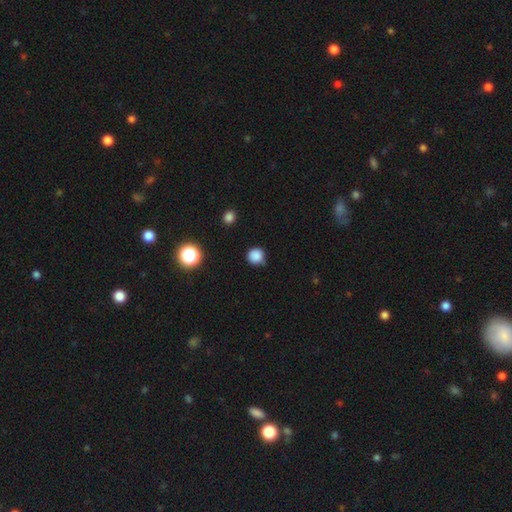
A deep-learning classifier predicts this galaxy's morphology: smooth-or-featured: smooth: 84% | star or artifact: 13% | featured or disk: 3%
  how-rounded: round: 93% | in between: 6% | cigar-shaped: 1%
  merging: none: 80% | minor disturbance: 15% | major disturbance: 3% | merger: 2%